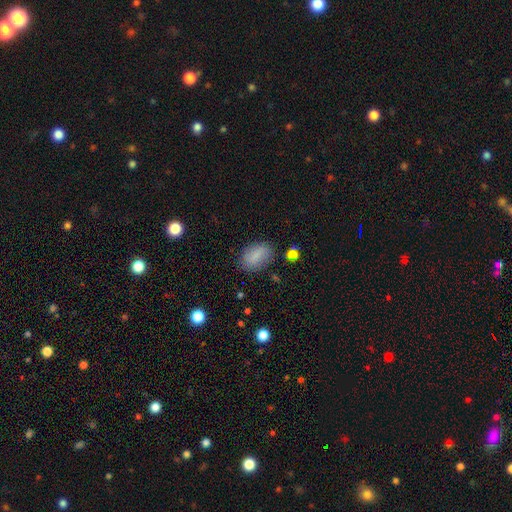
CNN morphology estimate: A smooth galaxy with no disk features (77%) that is in between round and cigar-shaped (86%). Merging: none (78%).